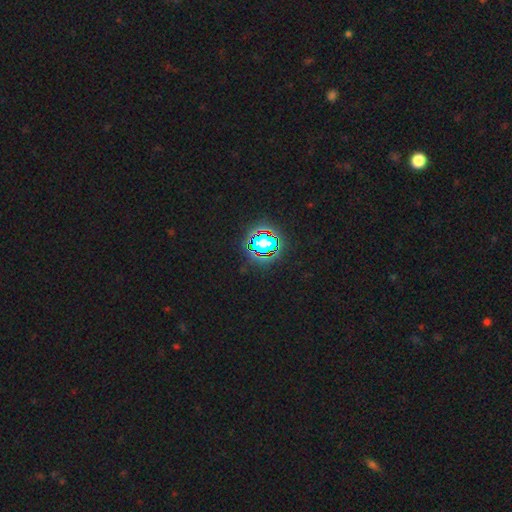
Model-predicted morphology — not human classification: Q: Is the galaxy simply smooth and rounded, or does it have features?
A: star or artifact — 80%.